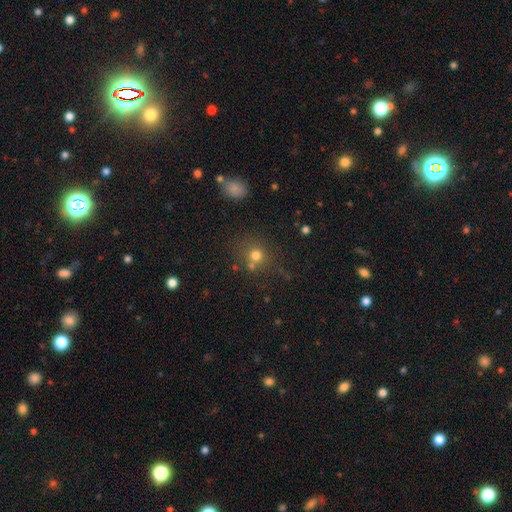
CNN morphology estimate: A smooth galaxy with no disk features (72%) that is round (83%). Merging: none (62%).